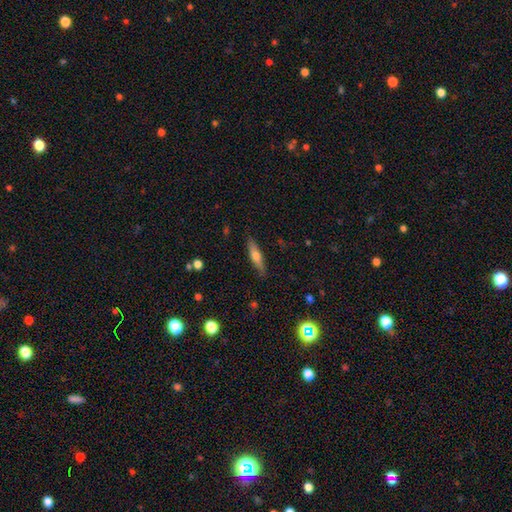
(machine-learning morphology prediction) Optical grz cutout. It shows a smooth galaxy with no disk features (60%) that is cigar-shaped (76%). Merging: none (87%).